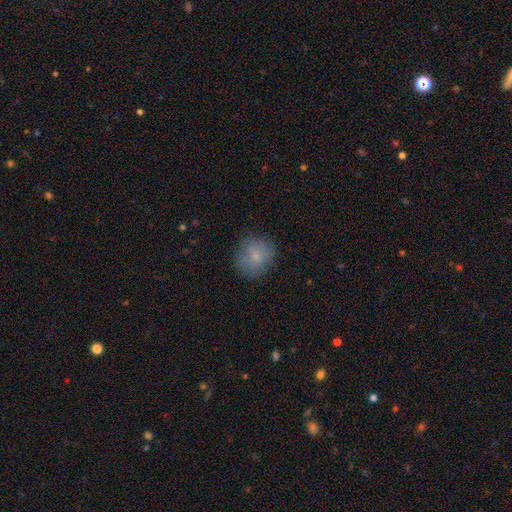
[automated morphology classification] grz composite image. It shows a smooth galaxy with no disk features (78%) that is round (82%). Merging: none (78%).